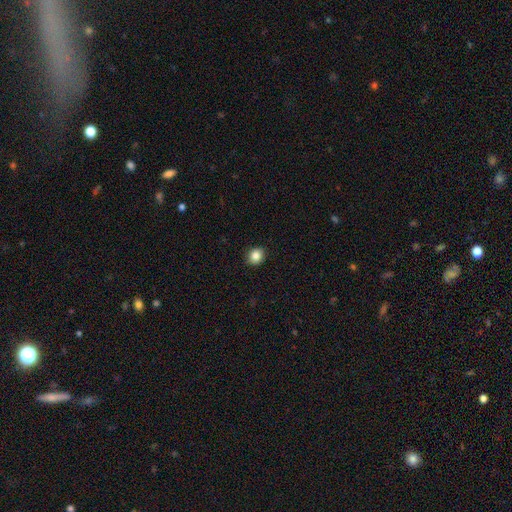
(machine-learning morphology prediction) smooth_or_featured: smooth (p=0.86) [alt: star or artifact p=0.10]
how_rounded: round (p=0.73) [alt: in between p=0.26]
merging: none (p=0.90) [alt: minor disturbance p=0.07]